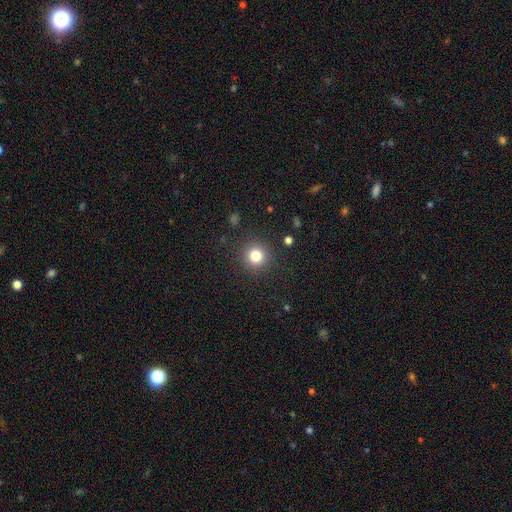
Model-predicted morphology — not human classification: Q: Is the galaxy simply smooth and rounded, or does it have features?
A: smooth — 80%.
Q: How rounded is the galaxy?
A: round — 95%.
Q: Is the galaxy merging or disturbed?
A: none — 90%.